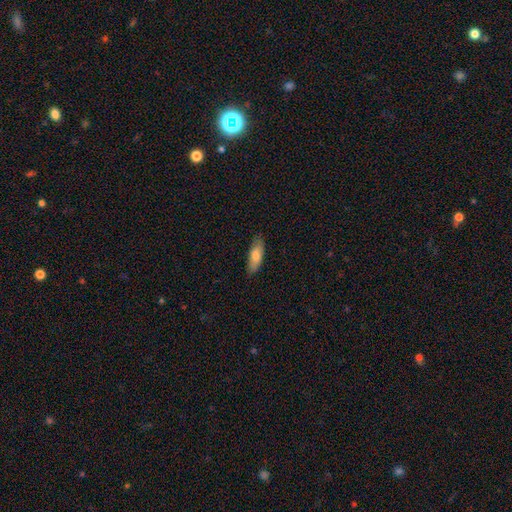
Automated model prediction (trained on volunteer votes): A smooth galaxy with no disk features (79%) that is in between round and cigar-shaped (63%). Merging: none (83%).